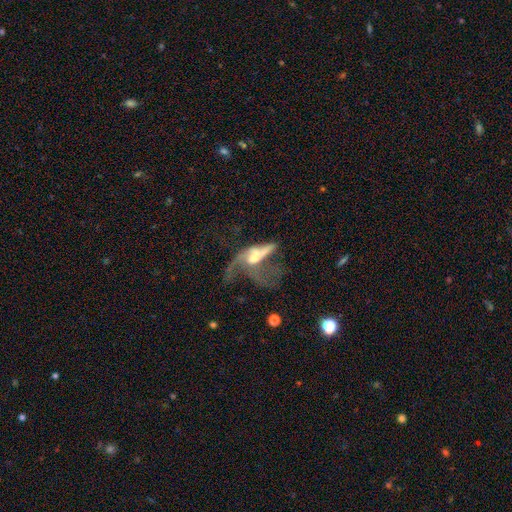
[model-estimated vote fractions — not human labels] Smooth or featured? featured or disk (65%)
Edge-on disk? no (88%)
Bar? no (63%)
Spiral arms? yes (53%)
Bulge size? moderate (46%)
Merging? major disturbance (55%)